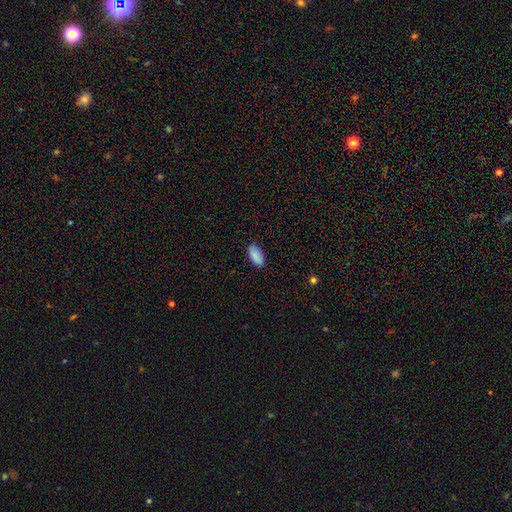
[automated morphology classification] This is clearly a smooth galaxy (90%). How rounded: clearly in between (90%). Merging: clearly none (88%).